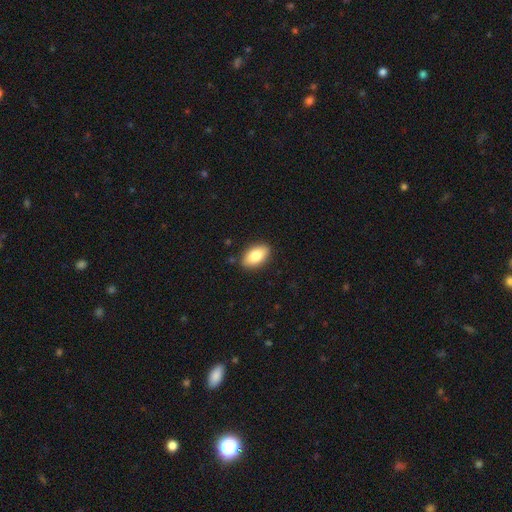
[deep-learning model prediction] smooth 83%, featured or disk 10%, star or artifact 7%. Down the decision tree: how rounded — in between (92%); merging — none (88%).